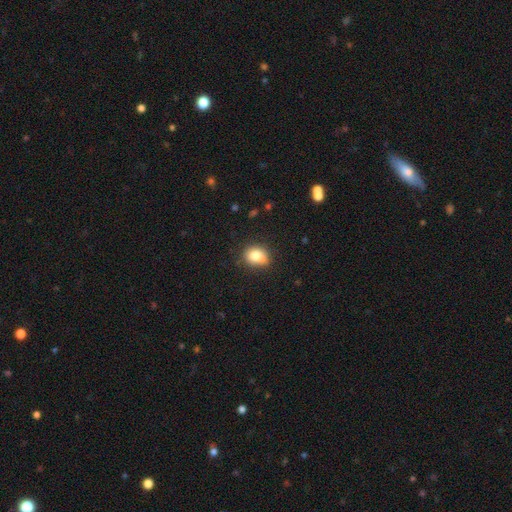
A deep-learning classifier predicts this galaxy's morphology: This appears to be a smooth galaxy with no disk features (80%) that is round (54%). Merging: none (66%).